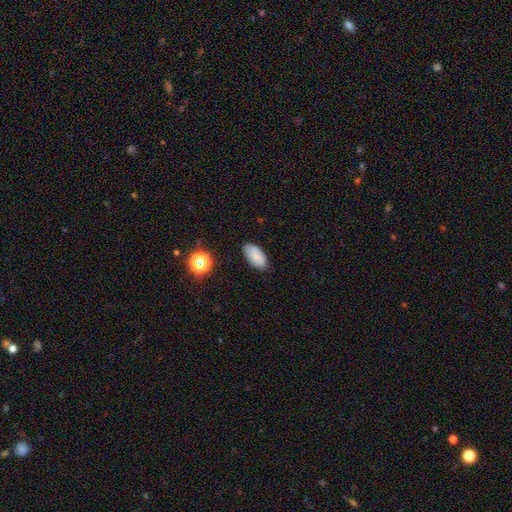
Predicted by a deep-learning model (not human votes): Smooth or featured? smooth (82%)
How rounded? in between (93%)
Merging? none (82%)